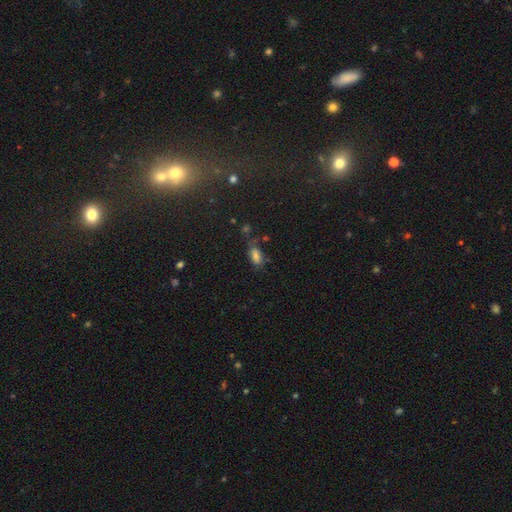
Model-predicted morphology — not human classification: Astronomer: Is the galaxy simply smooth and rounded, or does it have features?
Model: smooth — 71%.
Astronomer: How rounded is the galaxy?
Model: in between — 86%.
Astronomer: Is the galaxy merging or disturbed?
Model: none — 50% (runner-up: minor disturbance, 27%).